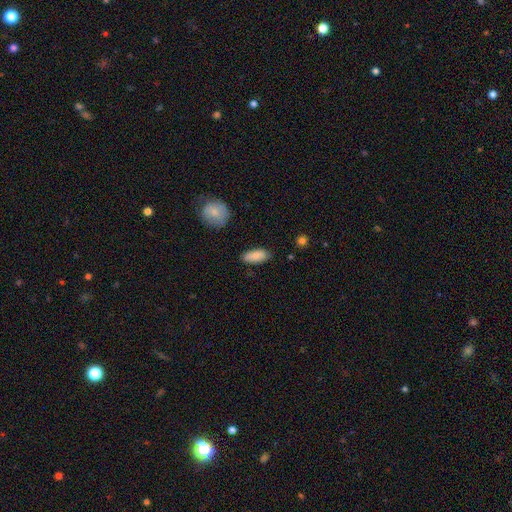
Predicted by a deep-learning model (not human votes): A smooth galaxy with no disk features (86%) that is in between round and cigar-shaped (82%).

Vote fractions:
- Smooth or featured? smooth: 86% / featured or disk: 7% / star or artifact: 6%
- How rounded? in between: 82% / cigar-shaped: 16% / round: 2%
- Merging? none: 83% / minor disturbance: 12% / major disturbance: 3% / merger: 2%